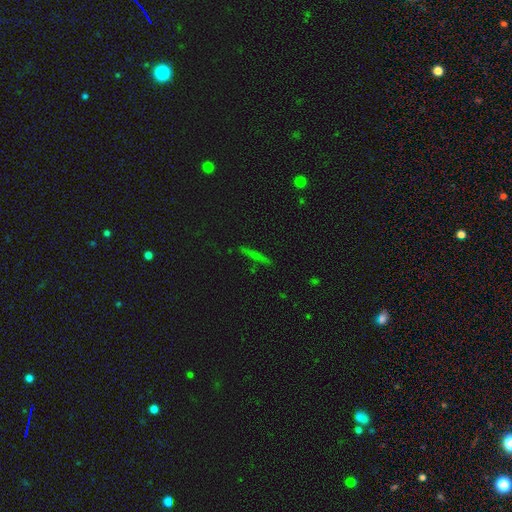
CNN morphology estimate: This is possibly a featured or disk galaxy (47%). Merging: clearly none (87%).